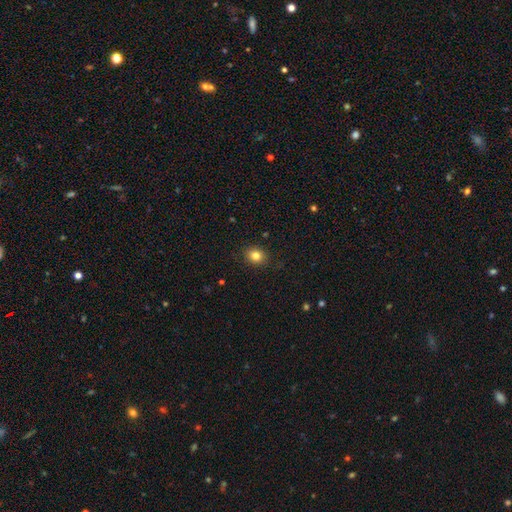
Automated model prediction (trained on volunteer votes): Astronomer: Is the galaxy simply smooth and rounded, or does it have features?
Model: smooth — 82%.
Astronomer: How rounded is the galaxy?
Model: round — 61% (runner-up: in between, 38%).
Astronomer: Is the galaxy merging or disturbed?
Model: none — 88%.